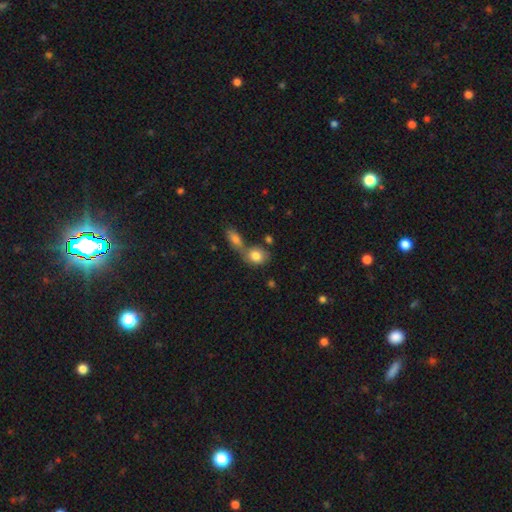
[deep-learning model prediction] Smooth or featured? Predicted: smooth (p=0.81). How rounded? Predicted: in between (p=0.53). Merging? Predicted: merger (p=0.51).